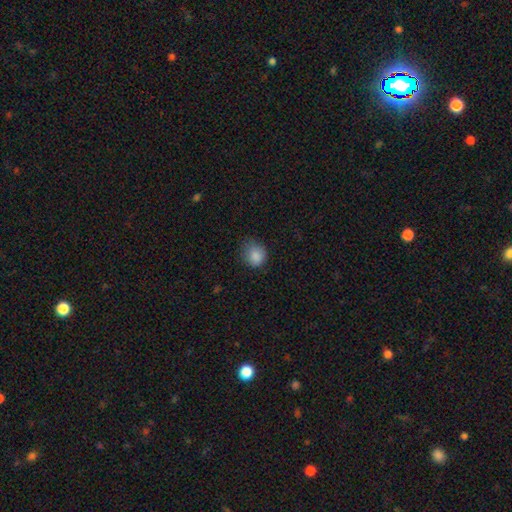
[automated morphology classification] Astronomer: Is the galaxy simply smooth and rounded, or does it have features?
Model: smooth — 85%.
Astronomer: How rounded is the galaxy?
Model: round — 69%.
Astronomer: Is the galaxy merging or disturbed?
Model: none — 56% (runner-up: minor disturbance, 32%).